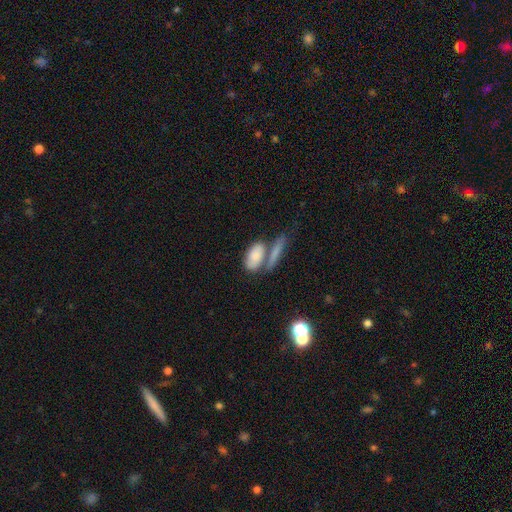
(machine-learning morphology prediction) Smooth or featured? Predicted: smooth (p=0.74). How rounded? Predicted: in between (p=0.83). Merging? Predicted: merger (p=0.41).